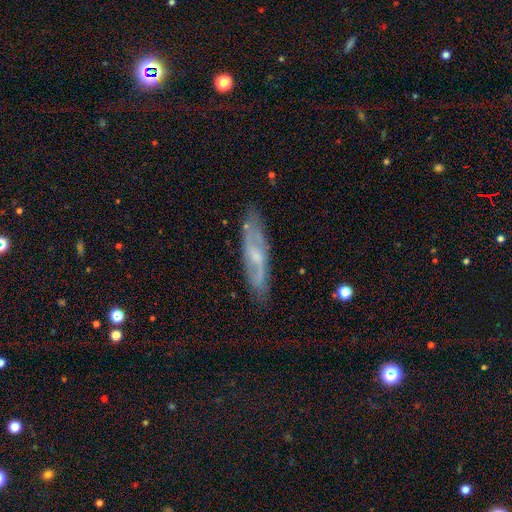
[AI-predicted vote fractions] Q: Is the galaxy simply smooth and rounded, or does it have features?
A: featured or disk — 65%.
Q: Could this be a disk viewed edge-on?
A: no — 61%.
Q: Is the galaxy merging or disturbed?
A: none — 78%.